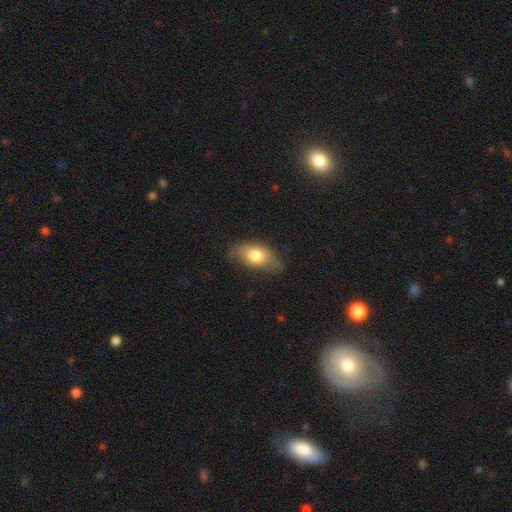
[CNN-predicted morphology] Smooth or featured: smooth — 74% (featured or disk — 19%)
How rounded: in between — 89% (round — 7%)
Merging: none — 69% (minor disturbance — 24%)